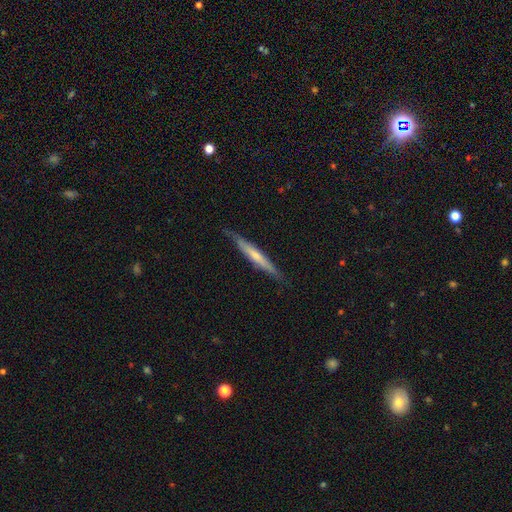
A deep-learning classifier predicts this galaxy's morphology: Smooth or featured?
  - featured or disk: 52% *
  - smooth: 43%
  - star or artifact: 5%
Edge-on disk?
  - yes: 94% *
  - no: 6%
Merging?
  - none: 83% *
  - minor disturbance: 14%
  - major disturbance: 2%
  - merger: 1%